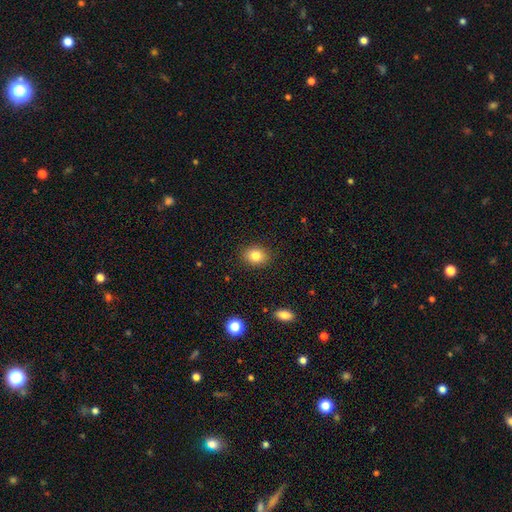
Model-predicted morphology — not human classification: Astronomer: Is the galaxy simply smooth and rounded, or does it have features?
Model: smooth — 82%.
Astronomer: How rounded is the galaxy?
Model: round — 54% (runner-up: in between, 45%).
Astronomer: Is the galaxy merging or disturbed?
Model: none — 89%.